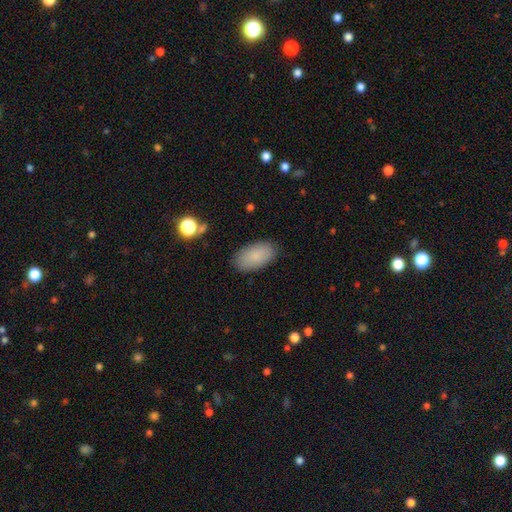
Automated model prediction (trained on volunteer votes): smooth_or_featured: smooth (p=0.86) [alt: star or artifact p=0.07]
how_rounded: in between (p=0.95) [alt: round p=0.03]
merging: none (p=0.86) [alt: minor disturbance p=0.10]